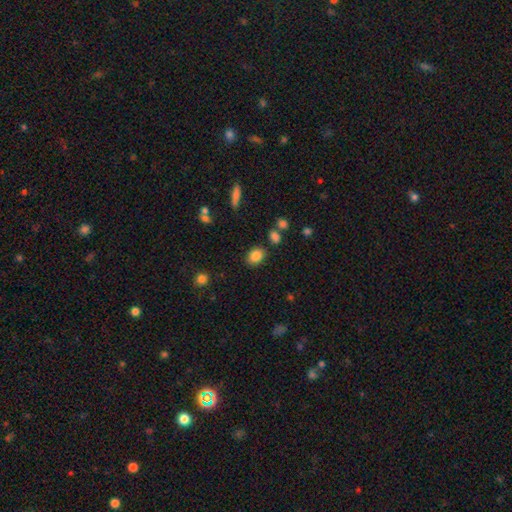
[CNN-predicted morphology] Smooth or featured? smooth (85%)
How rounded? in between (65%)
Merging? none (81%)